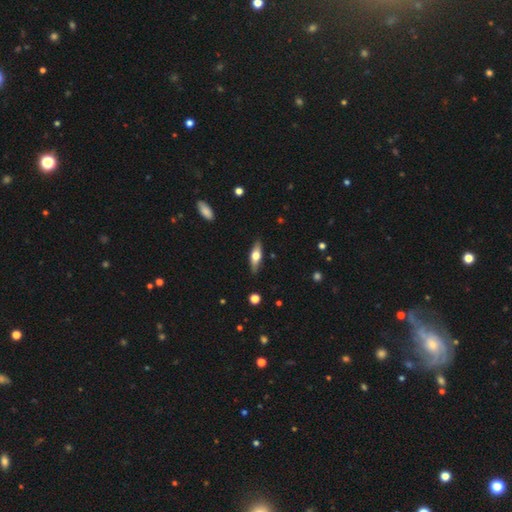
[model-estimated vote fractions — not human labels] A smooth galaxy with no disk features (49%).

Vote fractions:
- Smooth or featured? smooth: 49% / featured or disk: 45% / star or artifact: 6%
- Merging? none: 85% / minor disturbance: 12% / major disturbance: 2% / merger: 1%